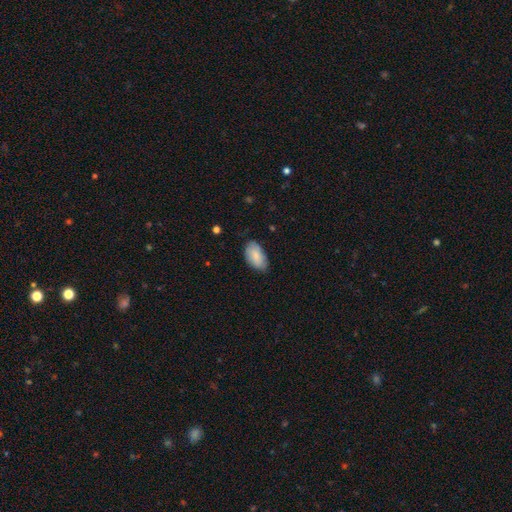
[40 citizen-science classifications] Morphology: type=smooth (90%); roundness=in between (94%); merging=none (68%).